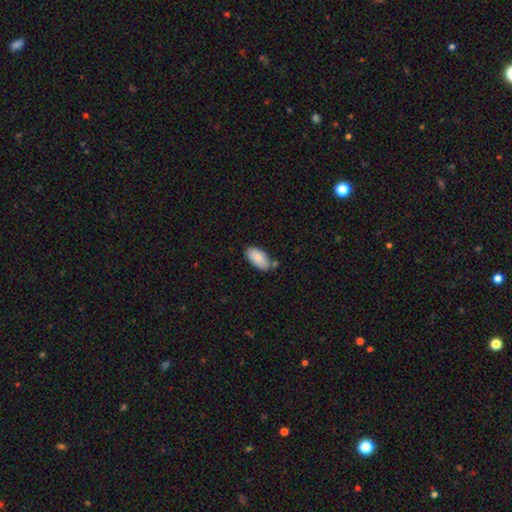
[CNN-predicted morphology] A smooth galaxy with no disk features (85%) that is in between round and cigar-shaped (94%). Merging: none (71%).